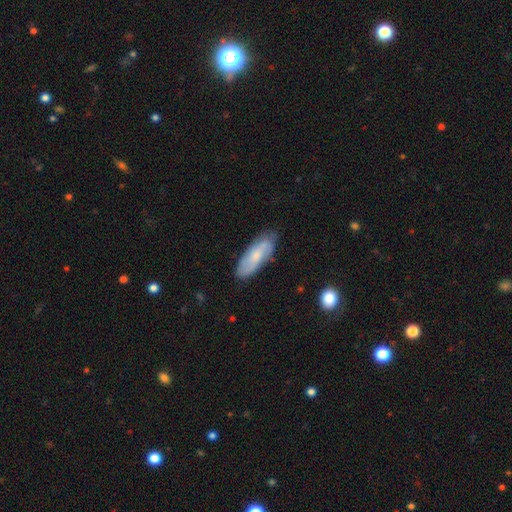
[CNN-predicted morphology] Smooth or featured? Predicted: smooth (p=0.52). How rounded? Predicted: in between (p=0.67). Merging? Predicted: none (p=0.77).